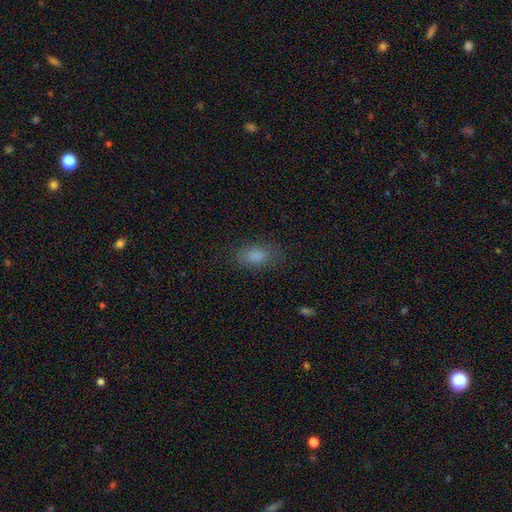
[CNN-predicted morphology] This is clearly a smooth galaxy (84%). How rounded: clearly in between (88%). Merging: likely none (78%).